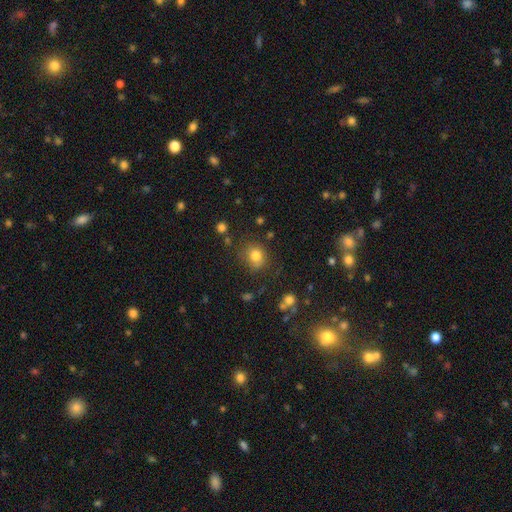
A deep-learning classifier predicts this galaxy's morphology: Smooth or featured?
  - smooth: 80% *
  - star or artifact: 12%
  - featured or disk: 7%
How rounded?
  - round: 73% *
  - in between: 27%
  - cigar-shaped: 1%
Merging?
  - none: 73% *
  - minor disturbance: 17%
  - major disturbance: 6%
  - merger: 4%